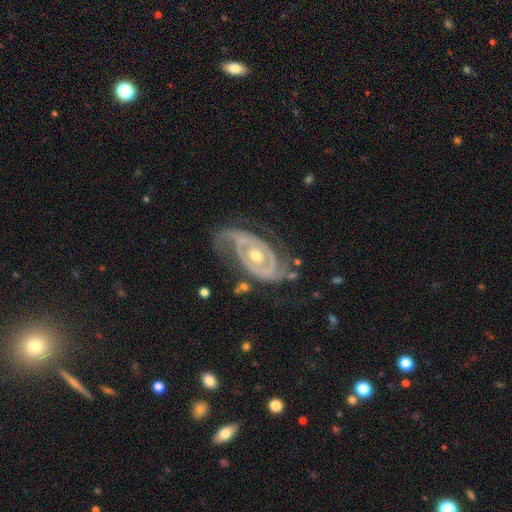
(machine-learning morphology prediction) A featured or disk galaxy (90%) with no bar (69%), 2 (72%) tight (56%) spiral arms (92%) and a moderate central bulge (71%). Merging: none (61%).